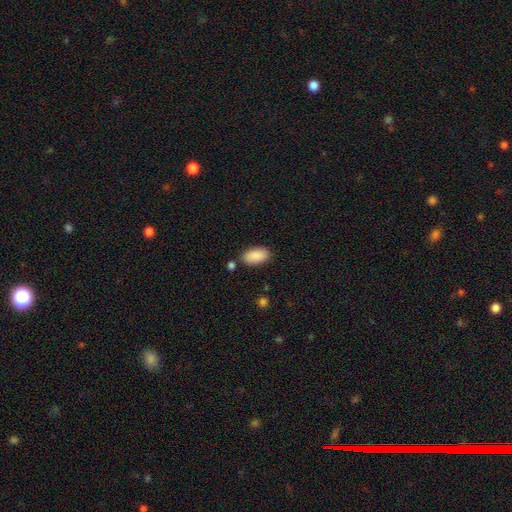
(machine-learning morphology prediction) Overall: smooth (90%). How rounded: in between (94%). Merging: none (81%).